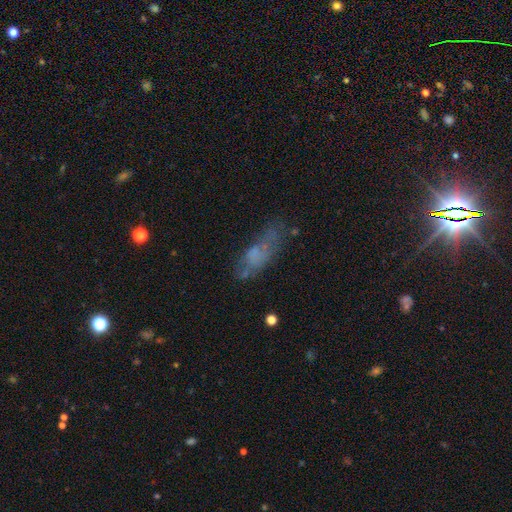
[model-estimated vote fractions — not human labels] Smooth or featured?
  - smooth: 52% *
  - featured or disk: 34%
  - star or artifact: 14%
How rounded?
  - in between: 61% *
  - cigar-shaped: 35%
  - round: 4%
Merging?
  - none: 41% *
  - minor disturbance: 24%
  - major disturbance: 24%
  - merger: 11%